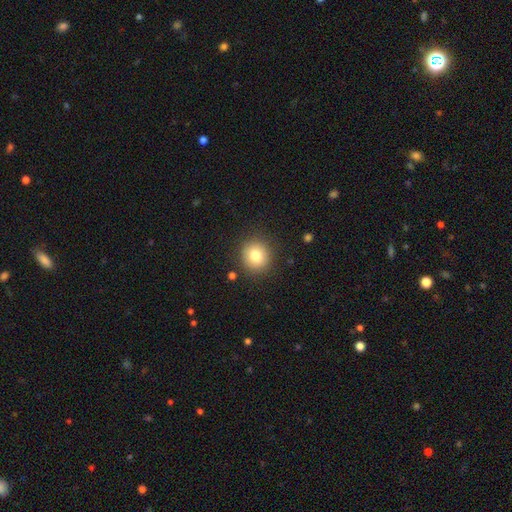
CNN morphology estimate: Smooth or featured? Predicted: smooth (p=0.79). How rounded? Predicted: round (p=0.91). Merging? Predicted: none (p=0.88).